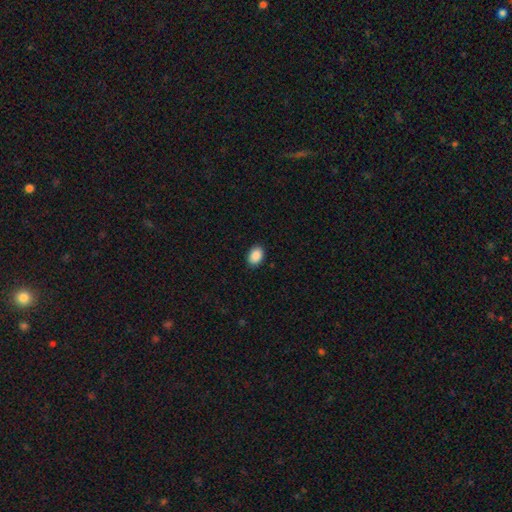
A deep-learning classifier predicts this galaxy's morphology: Smooth or featured?
  - smooth: 90% *
  - star or artifact: 7%
  - featured or disk: 3%
How rounded?
  - in between: 81% *
  - round: 18%
  - cigar-shaped: 1%
Merging?
  - none: 89% *
  - minor disturbance: 8%
  - major disturbance: 2%
  - merger: 1%